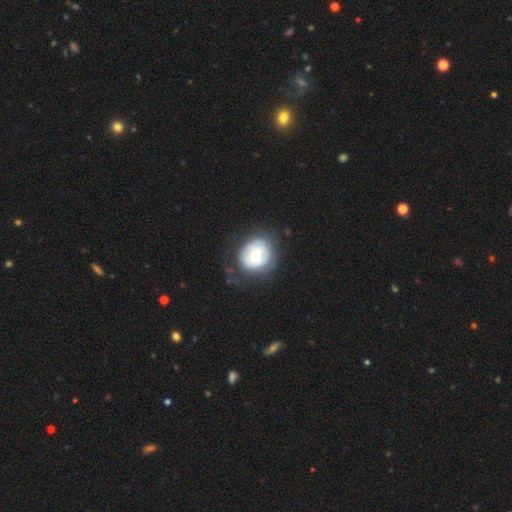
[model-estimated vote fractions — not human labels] smooth 48%, featured or disk 46%, star or artifact 7%. Down the decision tree: merging — none (59%).